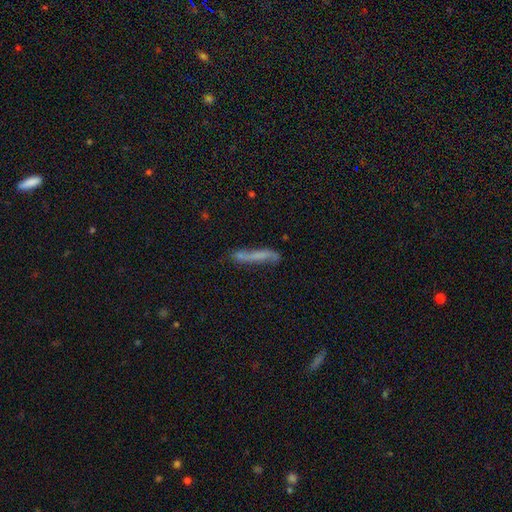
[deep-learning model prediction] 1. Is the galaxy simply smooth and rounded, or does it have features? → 46% smooth, 43% featured or disk, 11% star or artifact.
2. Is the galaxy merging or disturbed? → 63% none, 23% minor disturbance, 8% major disturbance, 5% merger.